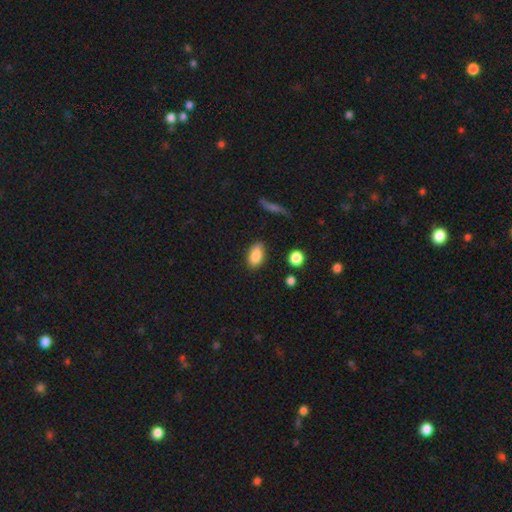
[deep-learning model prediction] smooth-or-featured: smooth: 85% | star or artifact: 8% | featured or disk: 7%
  how-rounded: in between: 90% | round: 6% | cigar-shaped: 4%
  merging: none: 81% | minor disturbance: 14% | major disturbance: 3% | merger: 2%